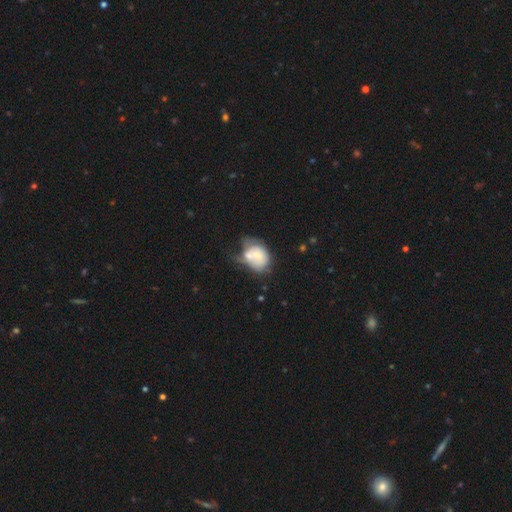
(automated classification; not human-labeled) This appears to be a smooth galaxy with no disk features (56%) that is in between round and cigar-shaped (60%). Merging: merger (42%).